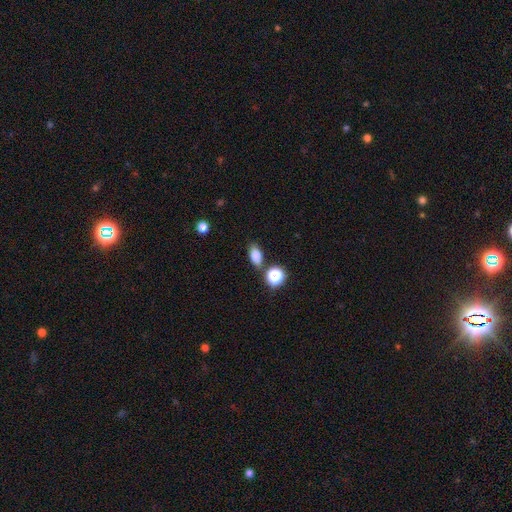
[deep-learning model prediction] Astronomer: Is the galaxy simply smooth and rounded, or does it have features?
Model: smooth — 78%.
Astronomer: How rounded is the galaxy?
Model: in between — 81%.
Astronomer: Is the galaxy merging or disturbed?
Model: none — 77%.